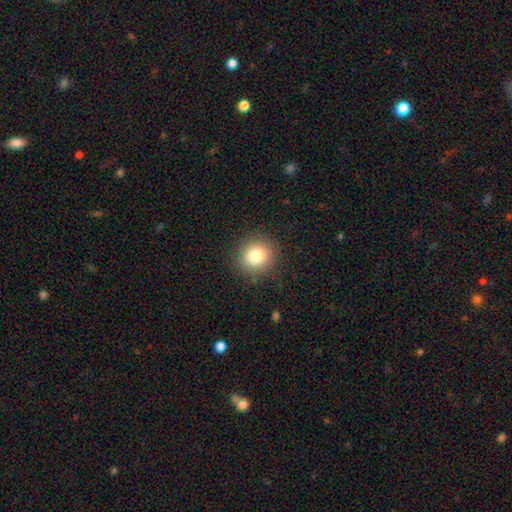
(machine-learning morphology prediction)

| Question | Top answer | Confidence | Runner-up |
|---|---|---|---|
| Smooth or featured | smooth | 84% | star or artifact (10%) |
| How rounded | round | 85% | in between (14%) |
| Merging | none | 88% | minor disturbance (8%) |